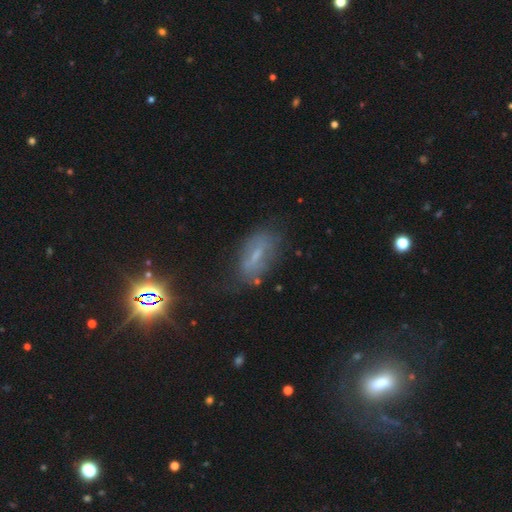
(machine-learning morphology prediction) This is marginally a featured or disk galaxy (40%). Merging: likely none (64%).